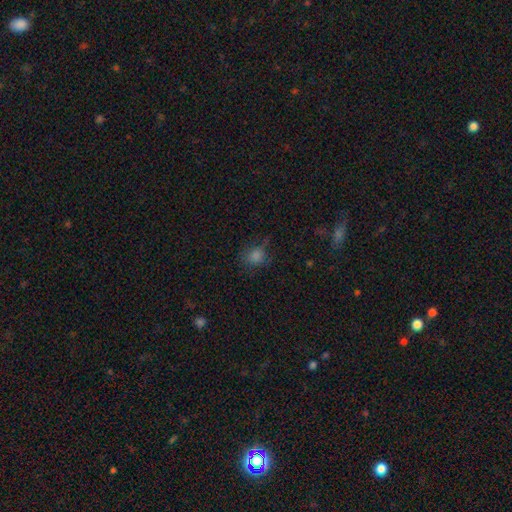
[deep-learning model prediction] Smooth or featured? Predicted: smooth (p=0.72). How rounded? Predicted: round (p=0.69). Merging? Predicted: none (p=0.64).